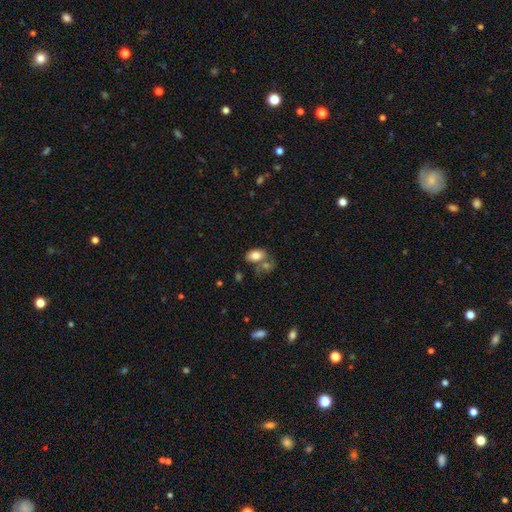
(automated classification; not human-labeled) This appears to be a smooth galaxy with no disk features (81%) that is in between round and cigar-shaped (89%). Merging: none (46%).